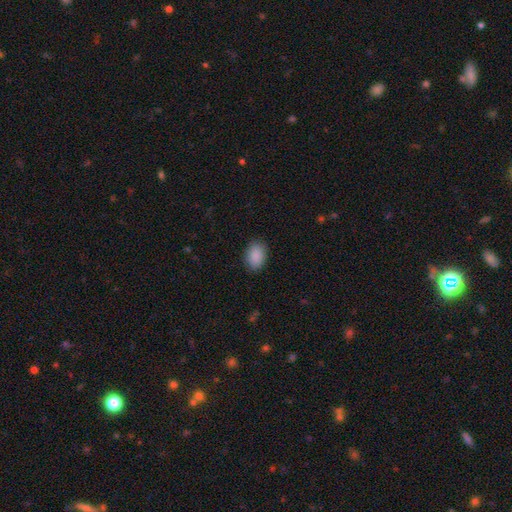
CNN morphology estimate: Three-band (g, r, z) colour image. It shows a smooth galaxy with no disk features (90%) that is in between round and cigar-shaped (85%). Merging: none (87%).